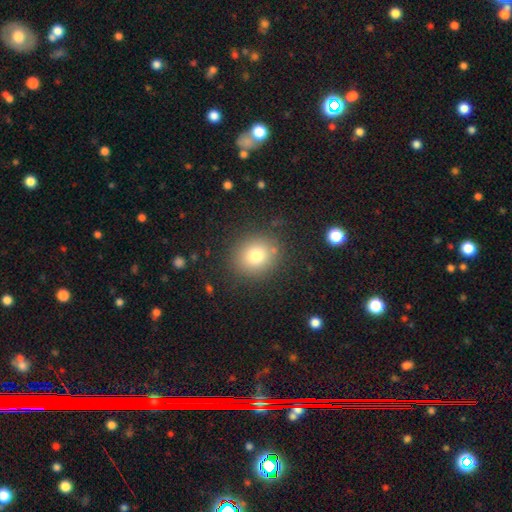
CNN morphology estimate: Overall: smooth (77%). How rounded: round (78%). Merging: none (85%).